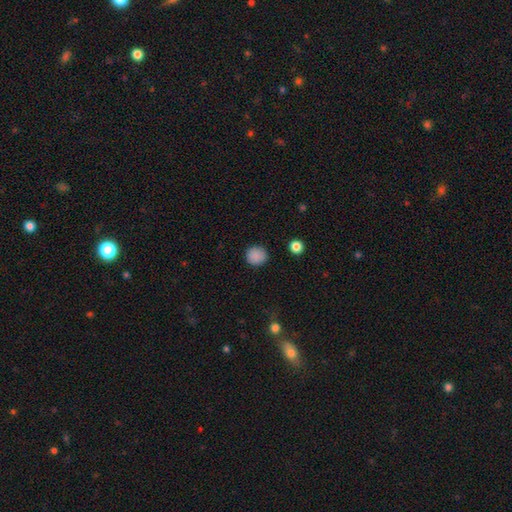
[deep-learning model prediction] Smooth or featured?
  - smooth: 87% *
  - star or artifact: 10%
  - featured or disk: 3%
How rounded?
  - round: 91% *
  - in between: 8%
  - cigar-shaped: 1%
Merging?
  - none: 89% *
  - minor disturbance: 7%
  - major disturbance: 2%
  - merger: 1%